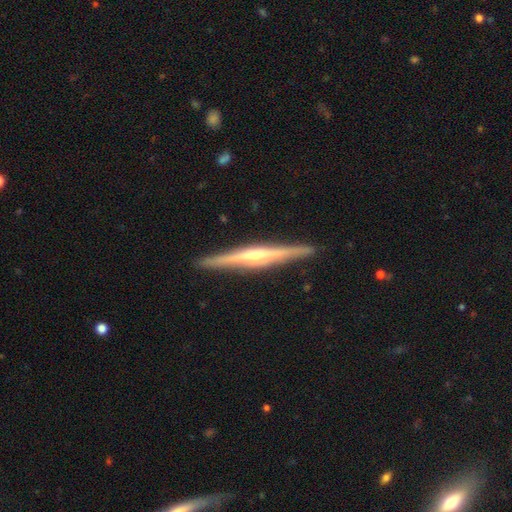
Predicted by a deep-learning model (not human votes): featured or disk 80%, smooth 15%, star or artifact 5%. Down the decision tree: edge-on disk — yes (98%); edge-on bulge — rounded (71%); merging — none (91%).